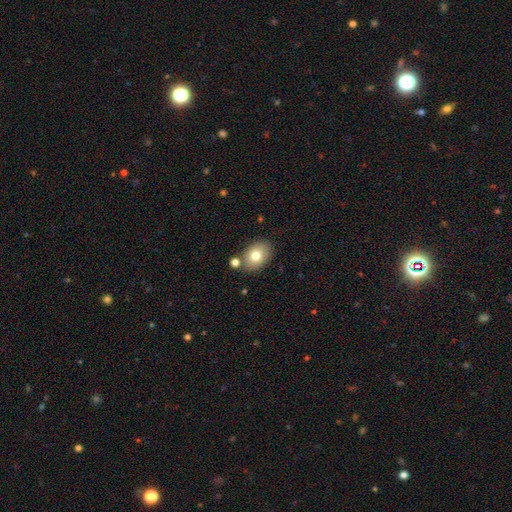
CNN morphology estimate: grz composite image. It shows a smooth galaxy with no disk features (77%) that is in between round and cigar-shaped (76%). Merging: none (77%).